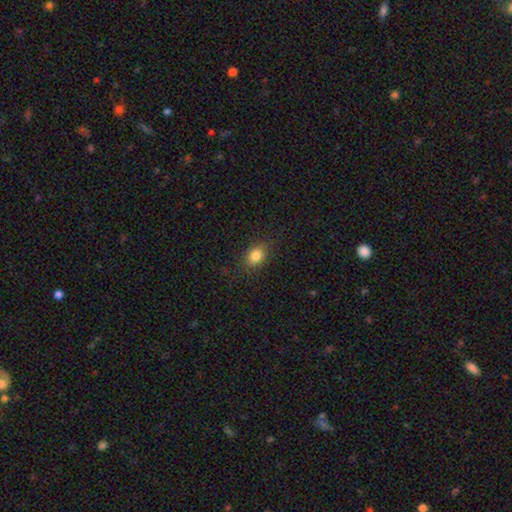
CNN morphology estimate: type=smooth (83%); roundness=in between (55%); merging=none (85%).